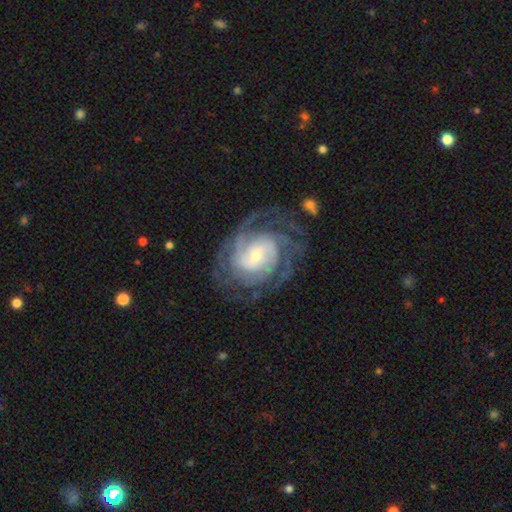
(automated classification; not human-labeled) Smooth or featured?
  - featured or disk: 89% *
  - smooth: 6%
  - star or artifact: 5%
Edge-on disk?
  - no: 97% *
  - yes: 3%
Bar?
  - weak: 44% *
  - no: 38%
  - strong: 18%
Spiral arms?
  - yes: 97% *
  - no: 3%
Spiral winding?
  - tight: 62% *
  - medium: 31%
  - loose: 7%
Spiral arm count?
  - can't tell: 26% *
  - 2: 22%
  - 3: 22%
  - 4: 16%
  - more than 4: 7%
  - 1: 7%
Bulge size?
  - small: 61% *
  - moderate: 31%
  - large: 5%
  - none: 2%
  - dominant: 1%
Merging?
  - none: 71% *
  - minor disturbance: 16%
  - major disturbance: 11%
  - merger: 2%